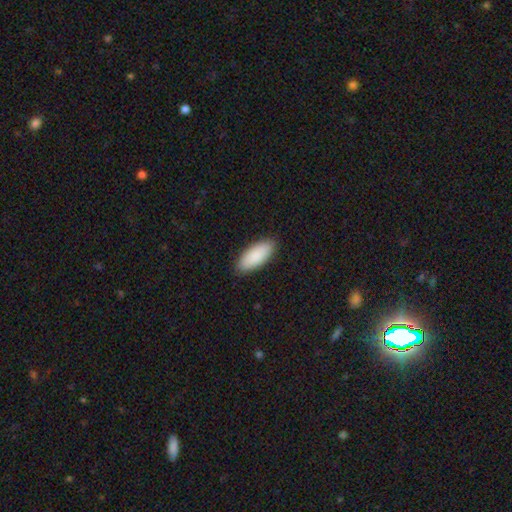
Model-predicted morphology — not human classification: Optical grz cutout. It shows a smooth galaxy with no disk features (89%) that is in between round and cigar-shaped (85%). Merging: none (89%).